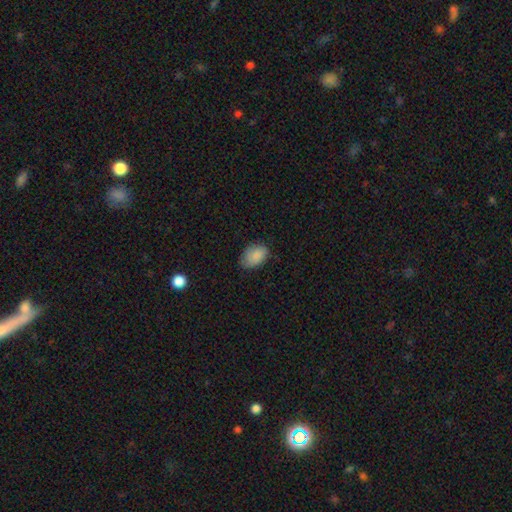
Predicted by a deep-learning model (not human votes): smooth-or-featured: smooth: 85% | featured or disk: 7% | star or artifact: 7%
  how-rounded: in between: 84% | round: 15% | cigar-shaped: 1%
  merging: none: 70% | minor disturbance: 24% | major disturbance: 4% | merger: 1%